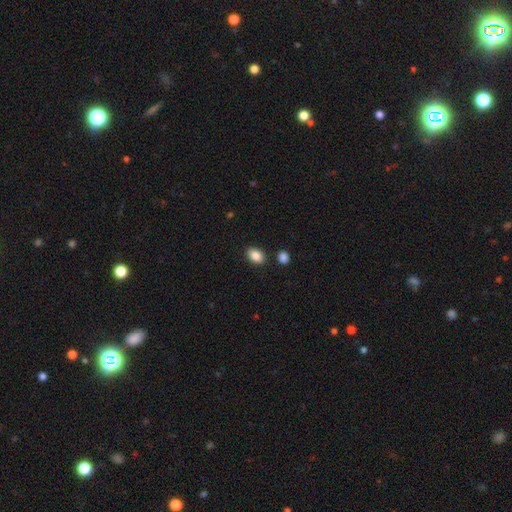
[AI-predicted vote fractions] Smooth or featured? smooth (87%)
How rounded? in between (83%)
Merging? none (85%)